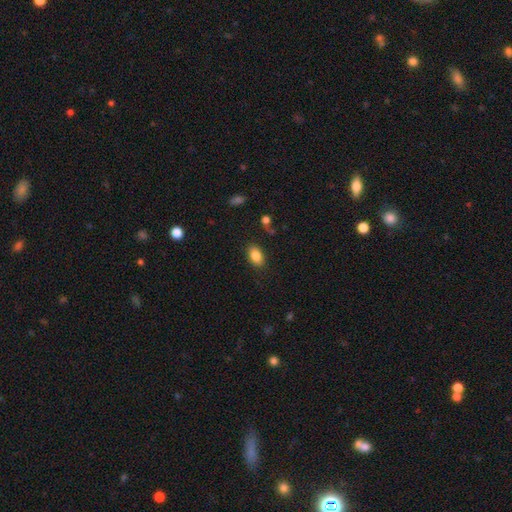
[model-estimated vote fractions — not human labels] Smooth or featured?
  - smooth: 85% *
  - star or artifact: 8%
  - featured or disk: 7%
How rounded?
  - in between: 88% *
  - round: 11%
  - cigar-shaped: 2%
Merging?
  - none: 85% *
  - minor disturbance: 10%
  - major disturbance: 3%
  - merger: 2%